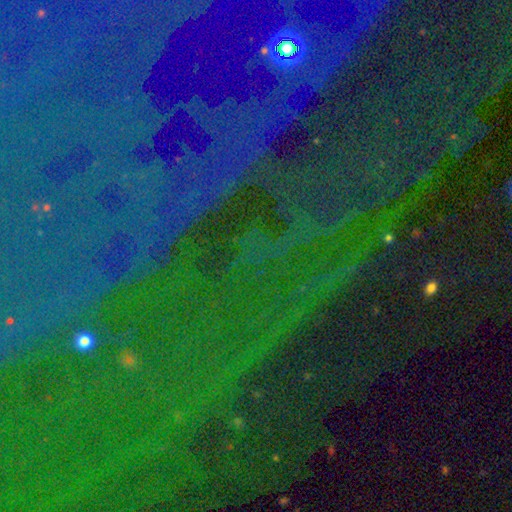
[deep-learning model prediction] A star or artifact, not a galaxy (85%).